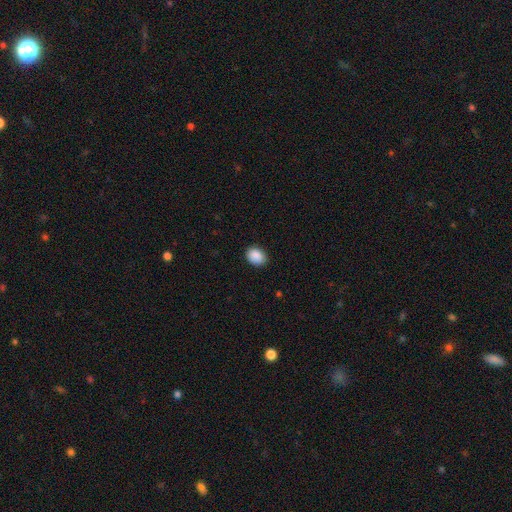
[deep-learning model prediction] The model was most divided on "how rounded": in between: 57%, round: 42%, cigar-shaped: 1%. More confident: smooth or featured — smooth (89%); merging — none (86%).